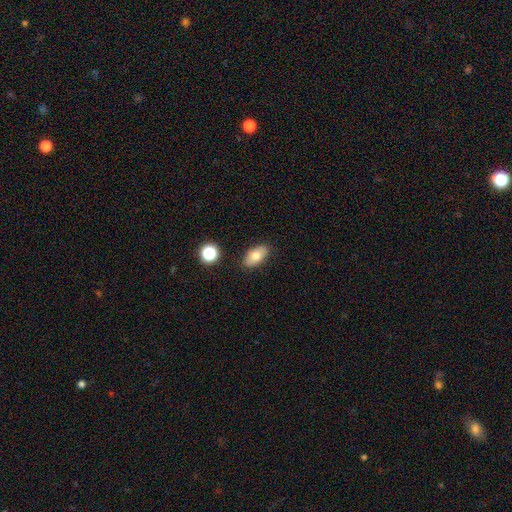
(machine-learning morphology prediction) Smooth or featured: smooth — 77% (featured or disk — 14%)
How rounded: in between — 90% (round — 6%)
Merging: none — 85% (minor disturbance — 10%)